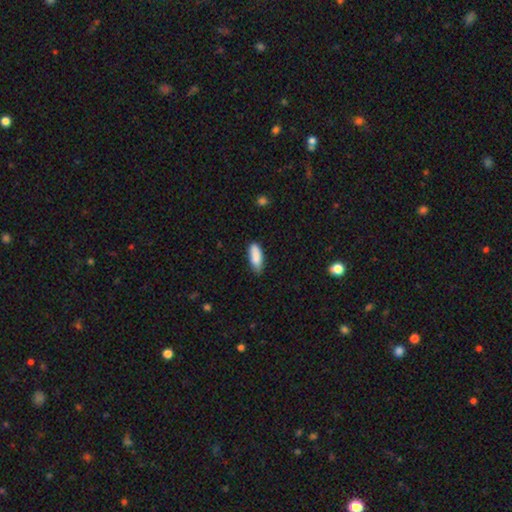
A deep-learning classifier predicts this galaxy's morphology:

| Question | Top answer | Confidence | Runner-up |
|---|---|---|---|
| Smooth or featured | smooth | 87% | featured or disk (7%) |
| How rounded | in between | 70% | cigar-shaped (28%) |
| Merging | none | 74% | minor disturbance (21%) |